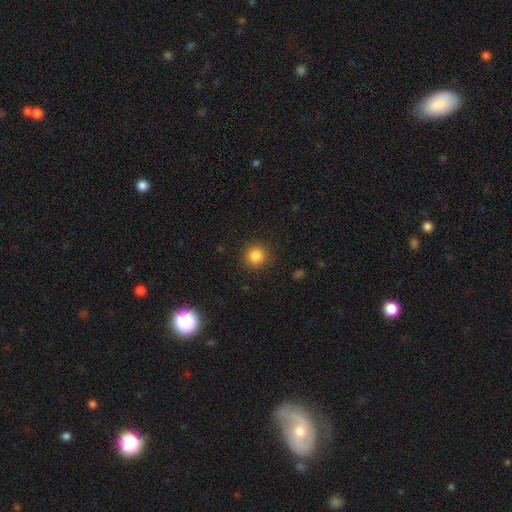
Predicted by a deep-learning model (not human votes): The model was most divided on "smooth or featured": smooth: 85%, star or artifact: 11%, featured or disk: 4%. More confident: how rounded — round (93%); merging — none (90%).